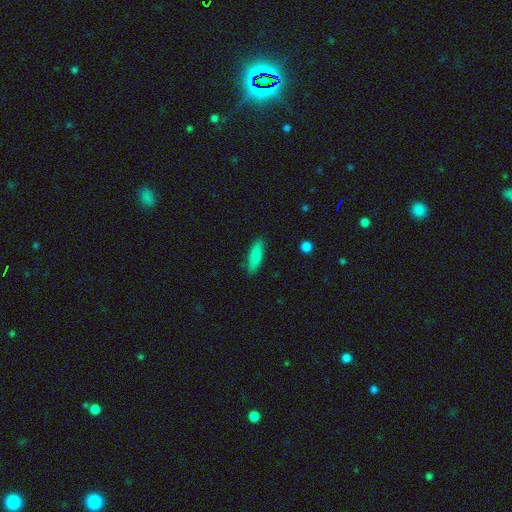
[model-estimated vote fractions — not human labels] smooth 85%, featured or disk 8%, star or artifact 7%. Down the decision tree: how rounded — cigar-shaped (50%); merging — none (84%).